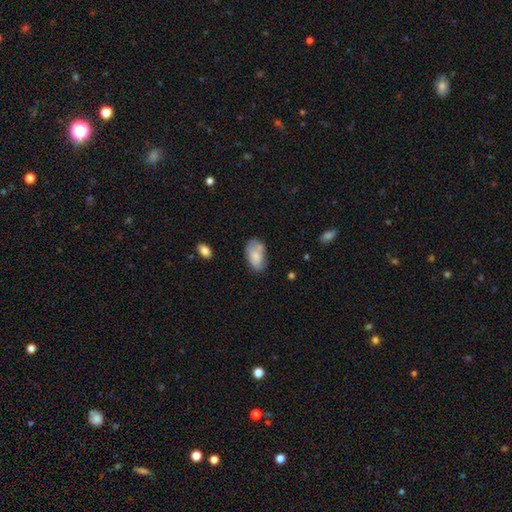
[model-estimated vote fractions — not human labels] Smooth or featured? smooth (76%)
How rounded? in between (93%)
Merging? none (54%)